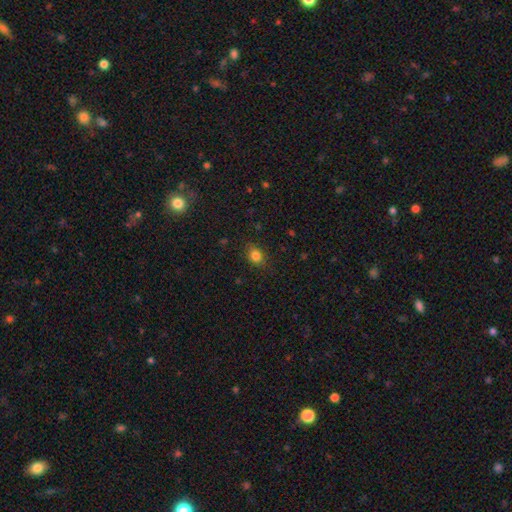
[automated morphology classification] Smooth or featured? smooth (83%)
How rounded? round (51%)
Merging? none (82%)